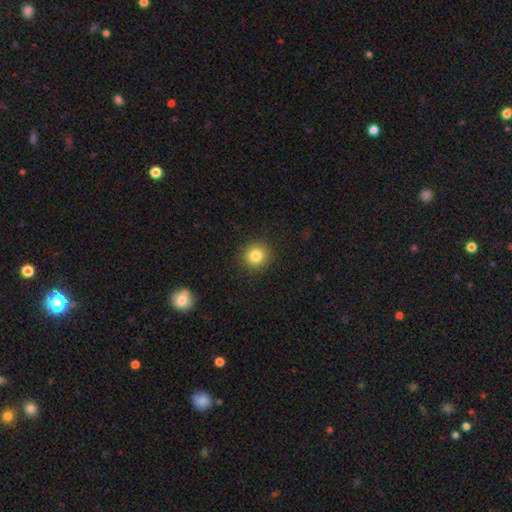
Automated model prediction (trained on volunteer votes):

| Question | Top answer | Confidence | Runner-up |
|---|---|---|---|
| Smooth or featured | smooth | 83% | star or artifact (11%) |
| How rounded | round | 90% | in between (9%) |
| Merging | none | 91% | minor disturbance (6%) |